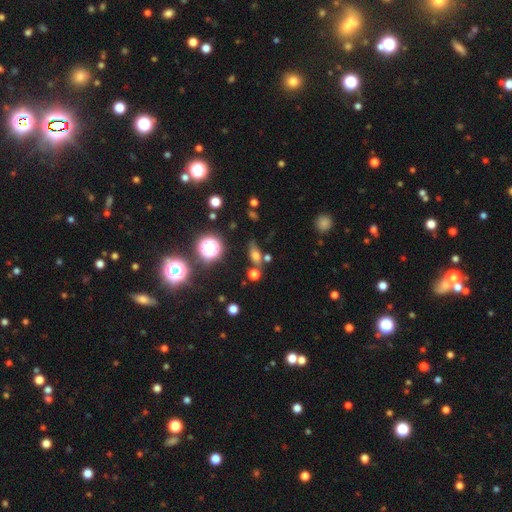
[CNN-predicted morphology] A smooth galaxy with no disk features (57%) that is in between round and cigar-shaped (59%). Merging: none (64%).